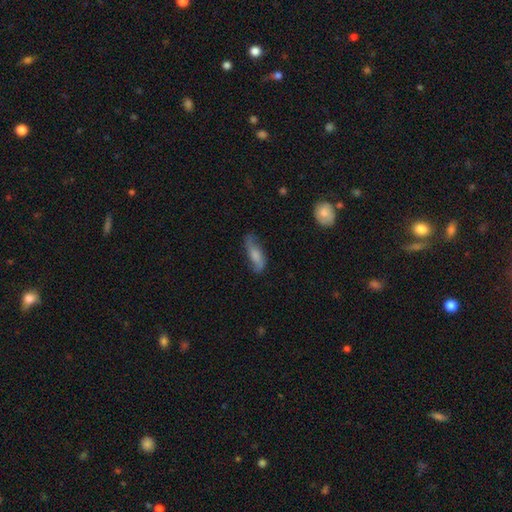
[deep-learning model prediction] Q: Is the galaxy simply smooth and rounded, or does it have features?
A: smooth — 52%.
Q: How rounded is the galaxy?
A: in between — 59%.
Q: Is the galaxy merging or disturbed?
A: none — 61%.